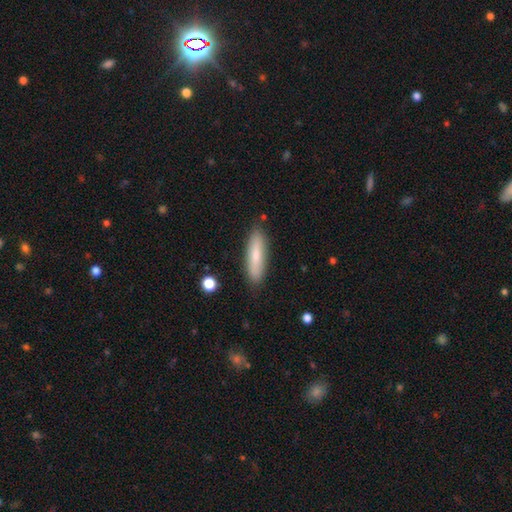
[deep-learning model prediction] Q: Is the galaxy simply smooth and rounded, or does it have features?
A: smooth — 74%.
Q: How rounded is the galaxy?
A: cigar-shaped — 69%.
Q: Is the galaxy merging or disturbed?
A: none — 86%.